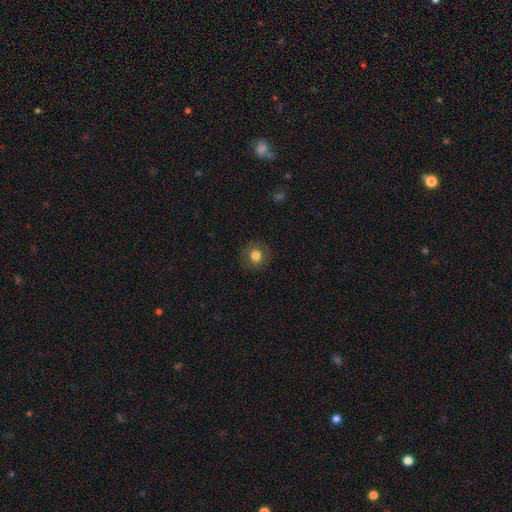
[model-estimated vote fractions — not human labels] Smooth or featured?
  - smooth: 77% *
  - featured or disk: 13%
  - star or artifact: 10%
How rounded?
  - round: 89% *
  - in between: 10%
  - cigar-shaped: 1%
Merging?
  - none: 88% *
  - minor disturbance: 8%
  - major disturbance: 3%
  - merger: 1%